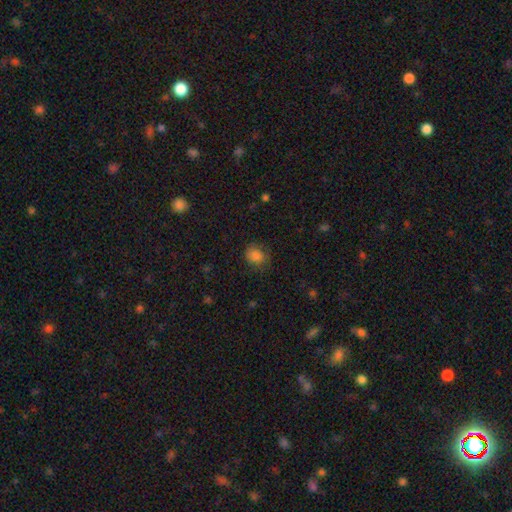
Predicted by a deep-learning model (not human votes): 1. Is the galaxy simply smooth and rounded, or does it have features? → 83% smooth, 10% star or artifact, 7% featured or disk.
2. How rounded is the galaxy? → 63% round, 36% in between, 1% cigar-shaped.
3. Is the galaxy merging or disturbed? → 73% none, 20% minor disturbance, 6% major disturbance, 1% merger.